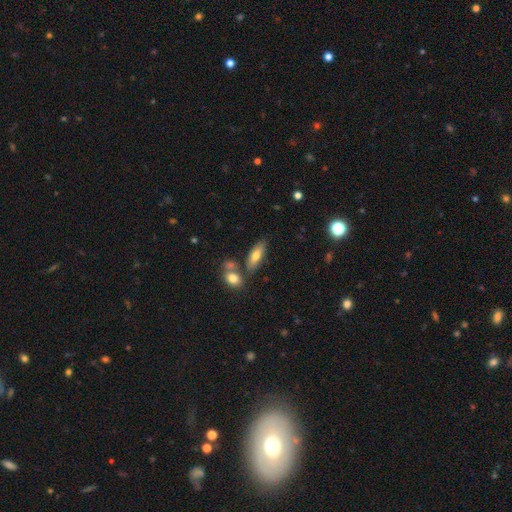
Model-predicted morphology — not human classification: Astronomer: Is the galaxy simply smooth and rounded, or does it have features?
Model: smooth — 70%.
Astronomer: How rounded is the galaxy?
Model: in between — 66%.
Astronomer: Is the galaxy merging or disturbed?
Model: none — 65%.